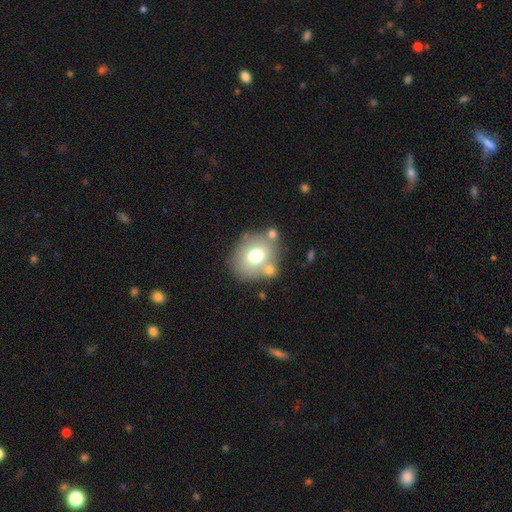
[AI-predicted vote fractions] smooth 68%, featured or disk 22%, star or artifact 11%. Down the decision tree: how rounded — round (64%); merging — none (65%).